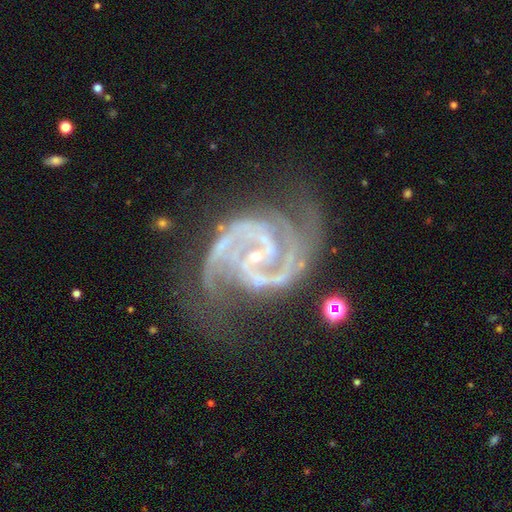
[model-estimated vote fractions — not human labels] Smooth or featured? featured or disk (92%)
Edge-on disk? no (98%)
Bar? no (41%)
Spiral arms? yes (98%)
Spiral winding? medium (55%)
Spiral arm count? 2 (69%)
Bulge size? small (82%)
Merging? none (58%)